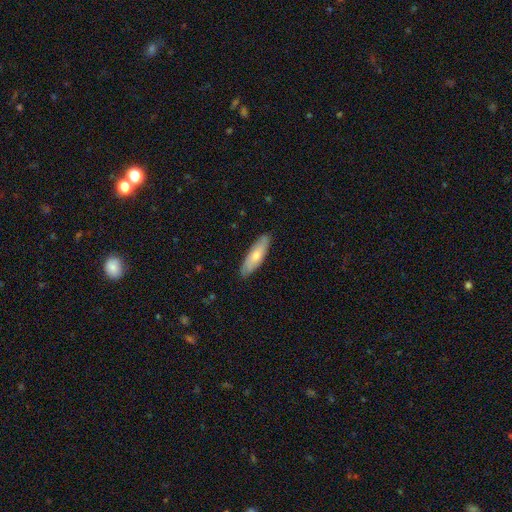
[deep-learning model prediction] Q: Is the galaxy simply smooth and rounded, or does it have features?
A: smooth — 68%.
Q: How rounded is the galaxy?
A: cigar-shaped — 53%.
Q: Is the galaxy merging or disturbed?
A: none — 86%.